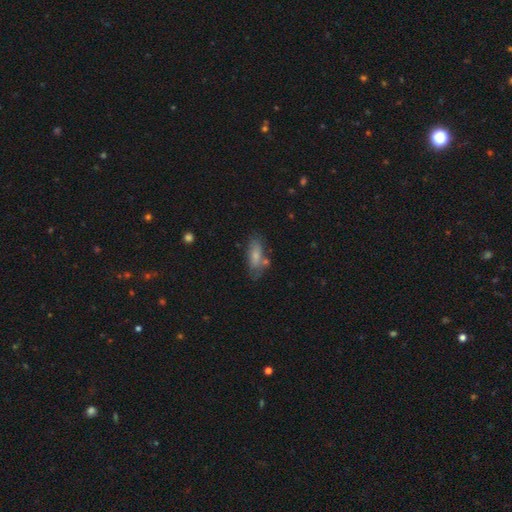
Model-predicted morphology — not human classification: type=smooth (73%); roundness=in between (77%); merging=none (61%).